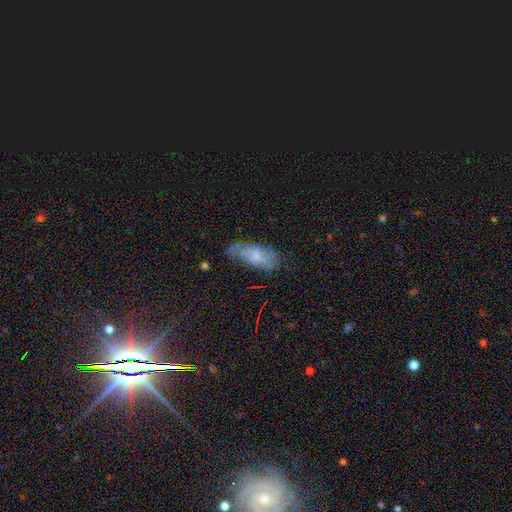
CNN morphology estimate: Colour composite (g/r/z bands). It shows a featured or disk galaxy (47%). Merging: none (58%).